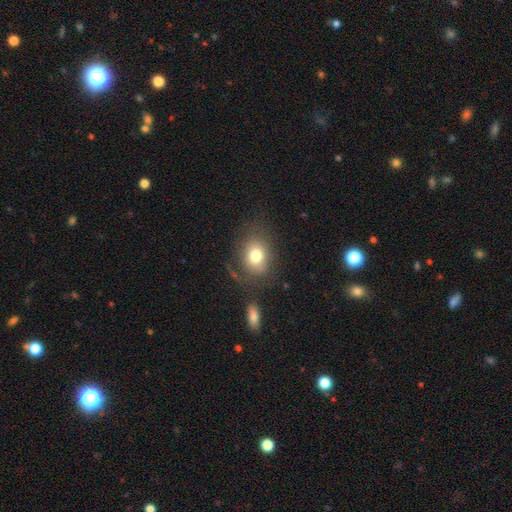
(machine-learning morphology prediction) Smooth or featured: smooth — 76% (featured or disk — 14%)
How rounded: in between — 52% (round — 47%)
Merging: none — 68% (minor disturbance — 17%)